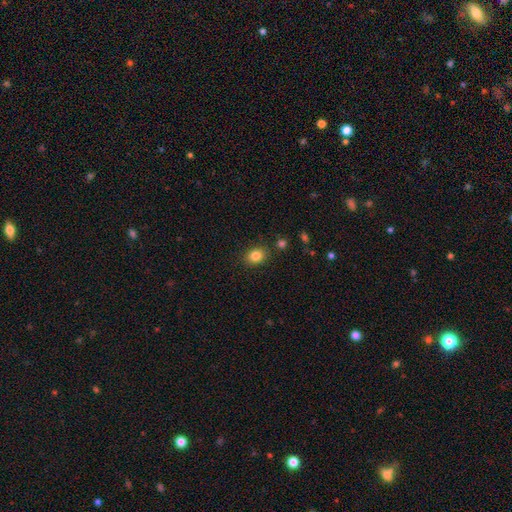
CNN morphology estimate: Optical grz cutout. It shows a smooth galaxy with no disk features (84%) that is in between round and cigar-shaped (52%). Merging: none (86%).